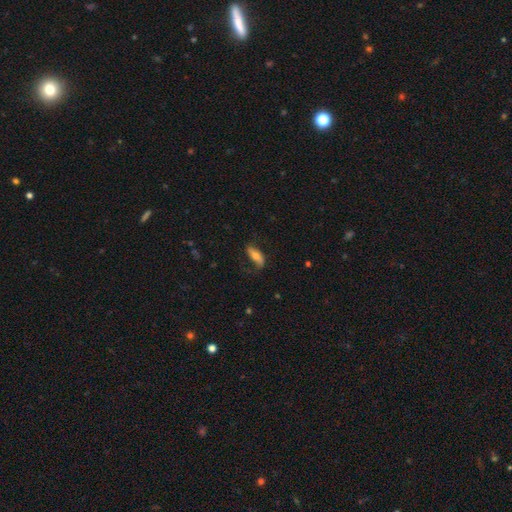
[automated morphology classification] Smooth or featured? smooth (52%)
How rounded? in between (69%)
Merging? none (64%)